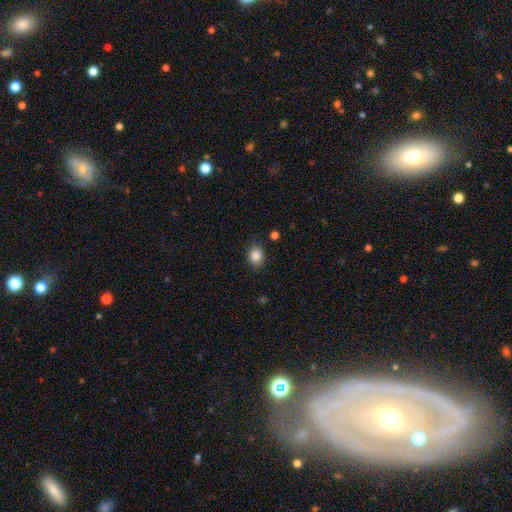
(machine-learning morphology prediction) smooth_or_featured: smooth (p=0.86) [alt: star or artifact p=0.10]
how_rounded: round (p=0.55) [alt: in between p=0.44]
merging: none (p=0.84) [alt: minor disturbance p=0.11]